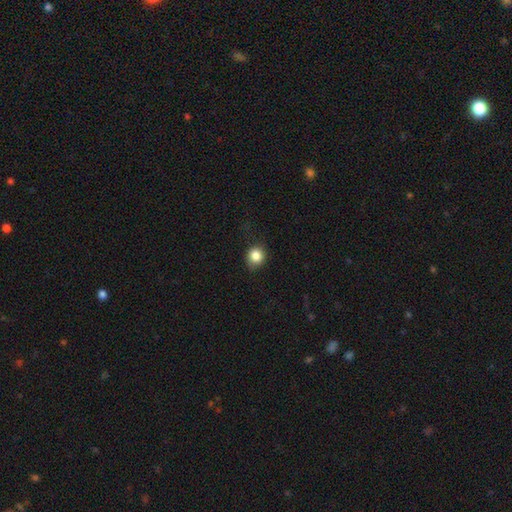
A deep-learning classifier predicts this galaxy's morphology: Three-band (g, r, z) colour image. It shows a smooth galaxy with no disk features (84%) that is round (77%). Merging: none (77%).